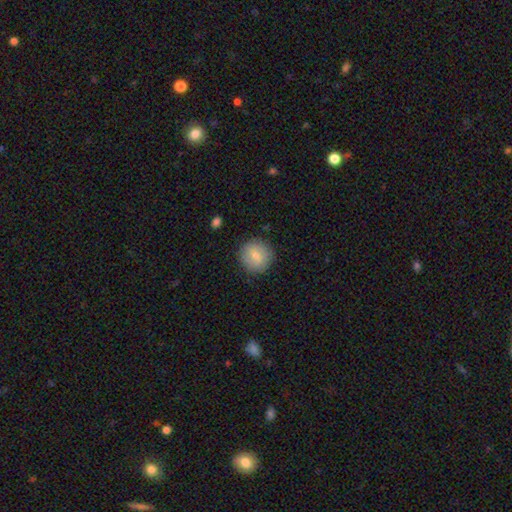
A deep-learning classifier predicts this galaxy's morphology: Smooth or featured? smooth (64%)
How rounded? round (89%)
Merging? none (84%)